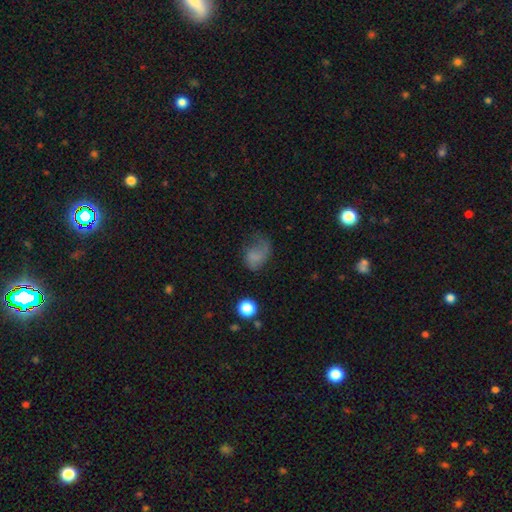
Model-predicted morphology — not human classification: smooth 62%, featured or disk 24%, star or artifact 13%. Down the decision tree: how rounded — in between (70%); merging — major disturbance (35%, tied with none).